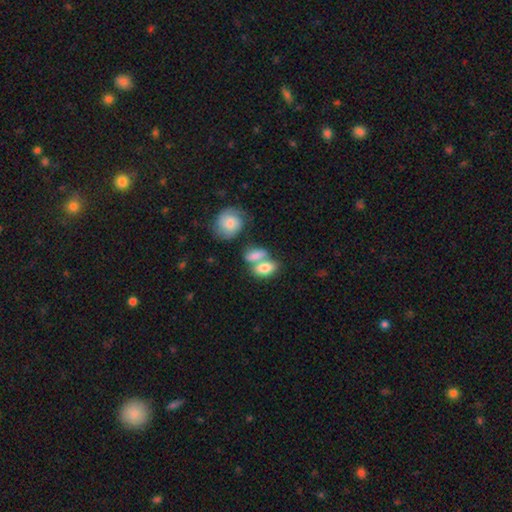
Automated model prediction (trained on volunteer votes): This appears to be a smooth galaxy with no disk features (76%) that is in between round and cigar-shaped (82%). Merging: merger (55%).